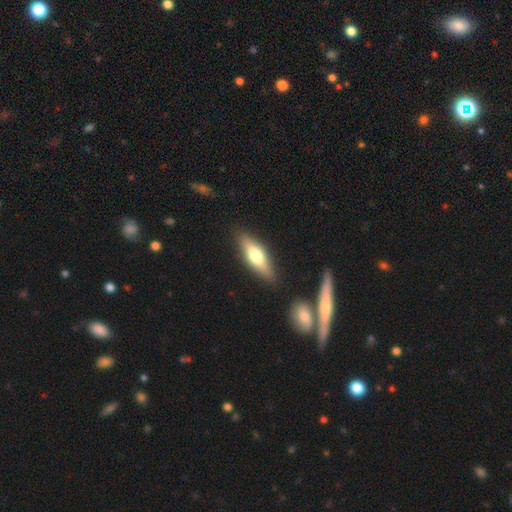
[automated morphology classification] type=smooth (55%); roundness=cigar-shaped (52%); merging=none (85%).